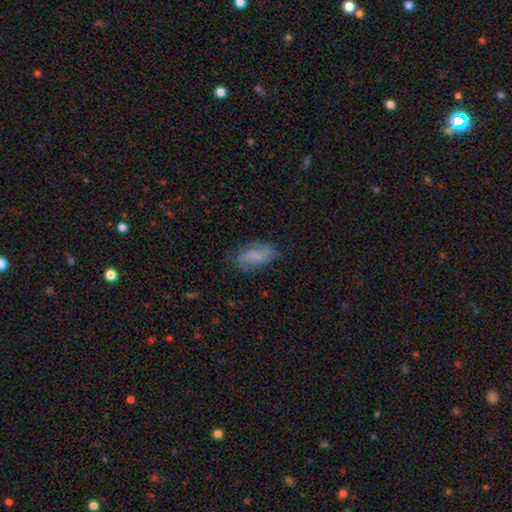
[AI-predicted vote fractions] smooth-or-featured: smooth: 68% | featured or disk: 23% | star or artifact: 8%
  how-rounded: in between: 87% | cigar-shaped: 9% | round: 3%
  merging: none: 67% | minor disturbance: 24% | major disturbance: 7% | merger: 2%